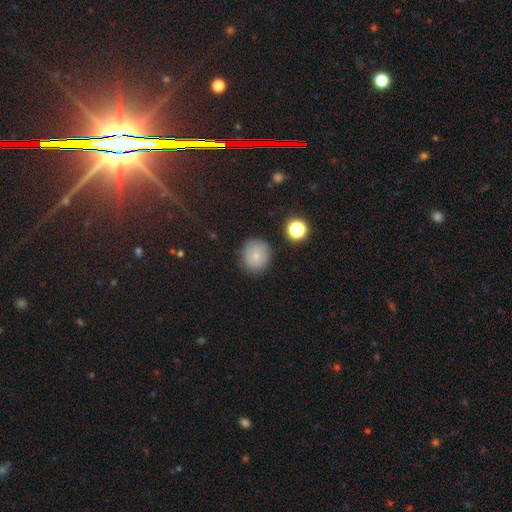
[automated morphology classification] The model was most divided on "smooth or featured": smooth: 66%, featured or disk: 22%, star or artifact: 12%. More confident: how rounded — round (87%); merging — none (81%).